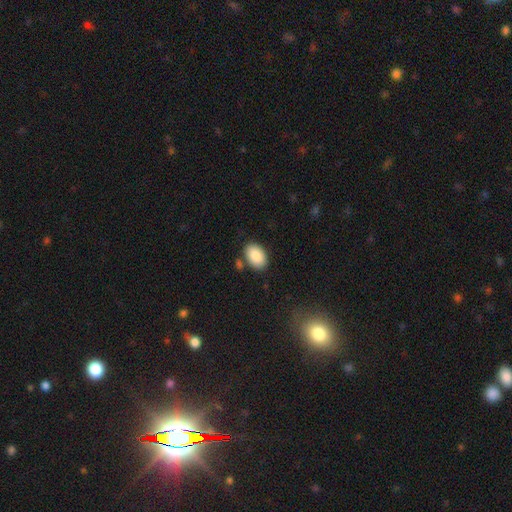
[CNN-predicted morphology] This is clearly a smooth galaxy (89%). How rounded: clearly in between (90%). Merging: clearly none (80%).